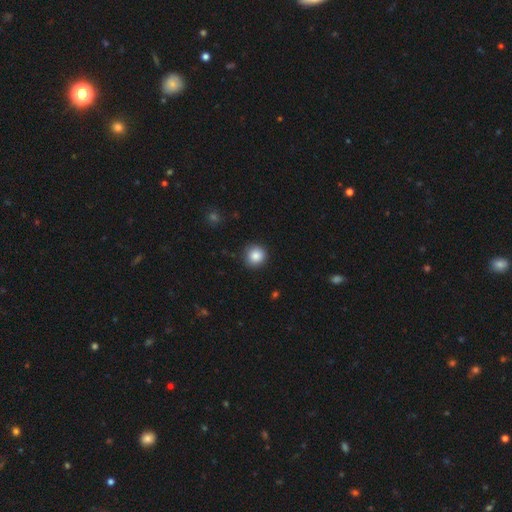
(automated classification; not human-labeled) Smooth or featured: smooth — 86% (star or artifact — 9%)
How rounded: round — 93% (in between — 6%)
Merging: none — 89% (minor disturbance — 8%)